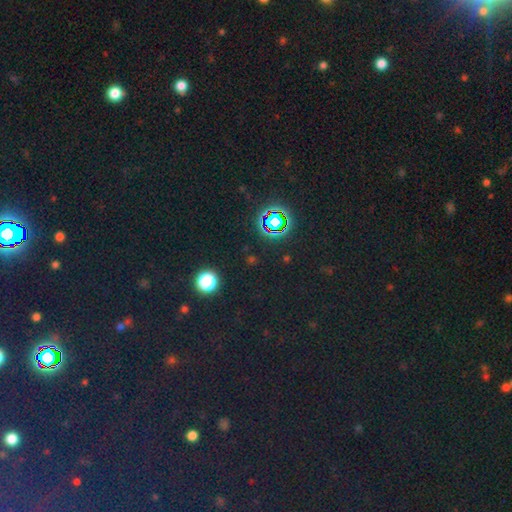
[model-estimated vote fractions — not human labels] Smooth or featured?
  - star or artifact: 77% *
  - smooth: 17%
  - featured or disk: 7%